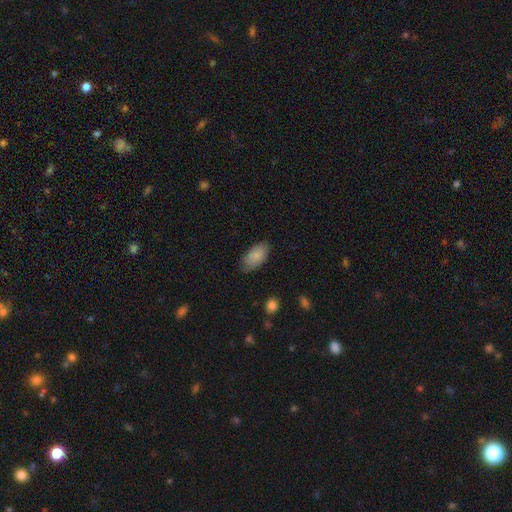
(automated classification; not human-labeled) Morphology: type=smooth (86%); roundness=in between (94%); merging=none (76%).